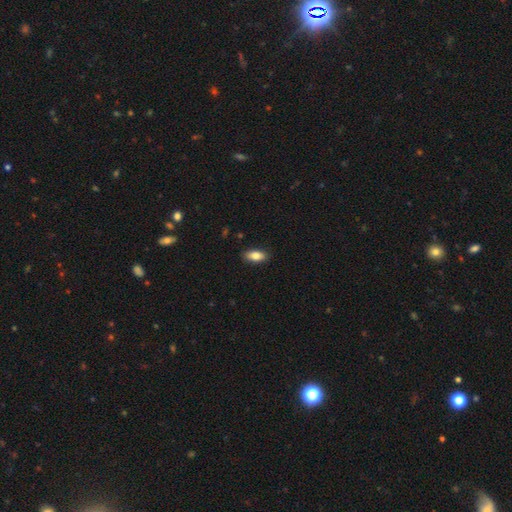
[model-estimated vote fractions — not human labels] Smooth or featured: smooth — 83% (featured or disk — 10%)
How rounded: in between — 87% (cigar-shaped — 10%)
Merging: none — 88% (minor disturbance — 9%)